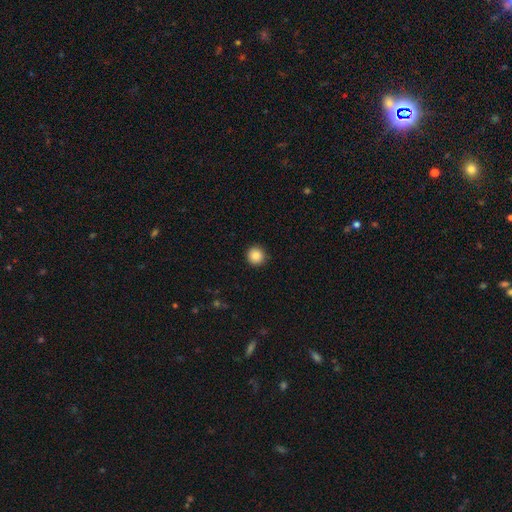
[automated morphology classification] type=smooth (87%); roundness=round (95%); merging=none (92%).